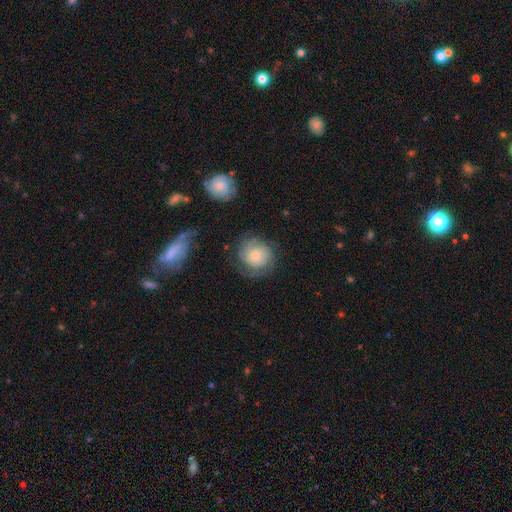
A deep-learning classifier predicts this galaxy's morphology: Smooth or featured? featured or disk (56%)
Edge-on disk? no (98%)
Bar? no (80%)
Spiral arms? yes (88%)
Bulge size? small (57%)
Merging? none (63%)